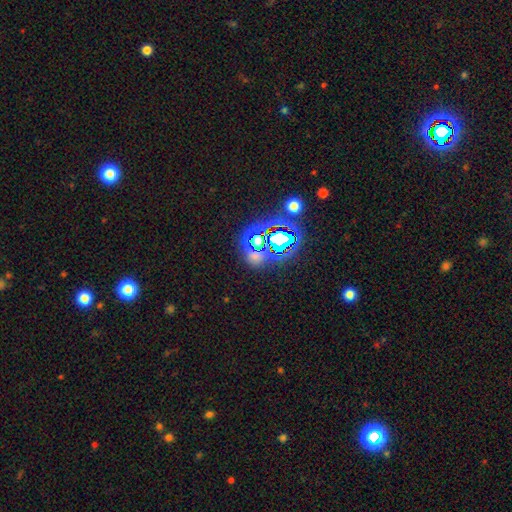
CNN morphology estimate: A star or artifact, not a galaxy (66%).

Vote fractions:
- Smooth or featured? star or artifact: 66% / smooth: 25% / featured or disk: 10%